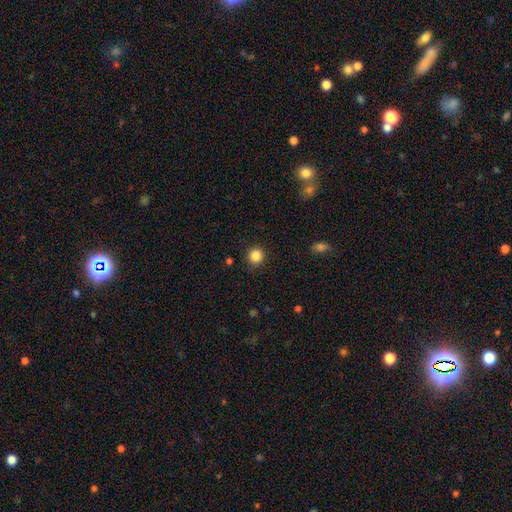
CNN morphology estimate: Overall: smooth (86%). How rounded: round (93%). Merging: none (89%).